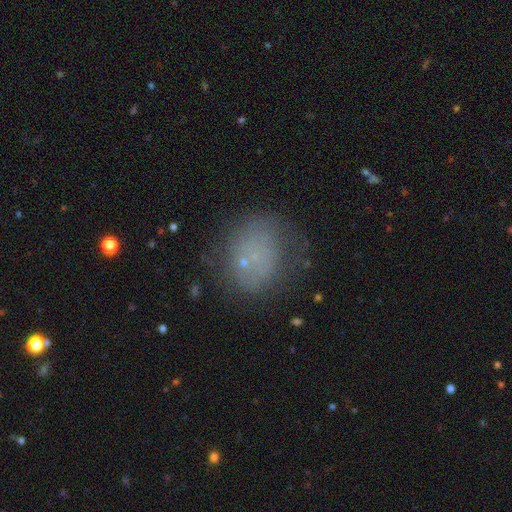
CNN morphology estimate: This appears to be a smooth galaxy with no disk features (58%) that is round (64%). Merging: none (61%).